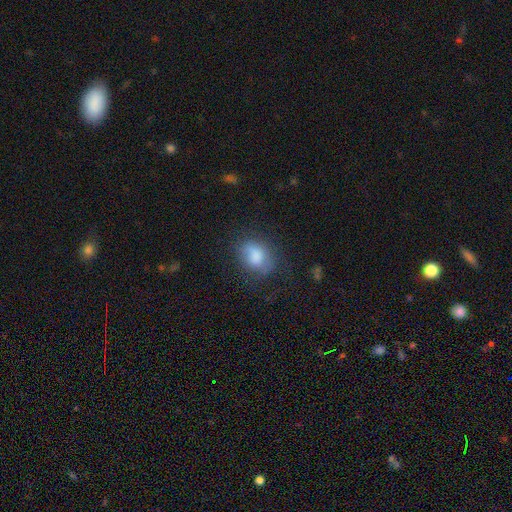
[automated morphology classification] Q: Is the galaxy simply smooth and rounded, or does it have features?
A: smooth — 76%.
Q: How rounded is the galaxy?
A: in between — 65%.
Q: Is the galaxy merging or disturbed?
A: none — 59%.